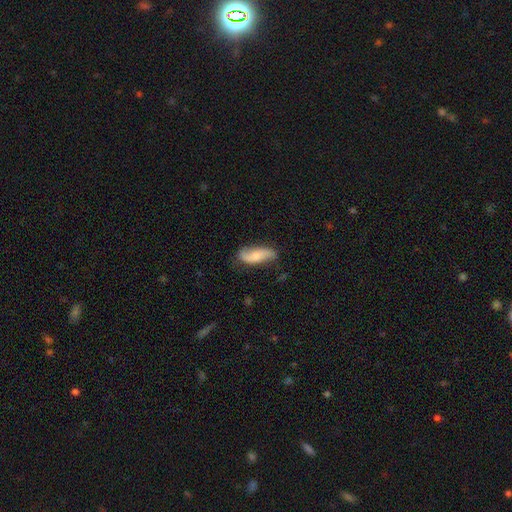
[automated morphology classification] type=smooth (55%); roundness=in between (73%); merging=none (66%).